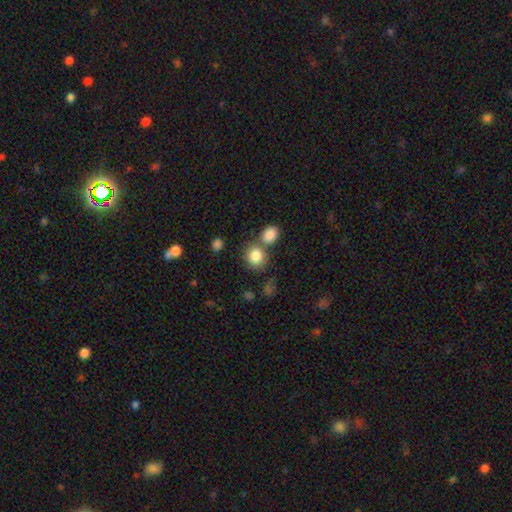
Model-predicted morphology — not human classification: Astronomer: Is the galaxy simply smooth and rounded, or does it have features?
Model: smooth — 84%.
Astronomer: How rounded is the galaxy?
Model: round — 74%.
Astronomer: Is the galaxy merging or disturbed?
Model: none — 58%.